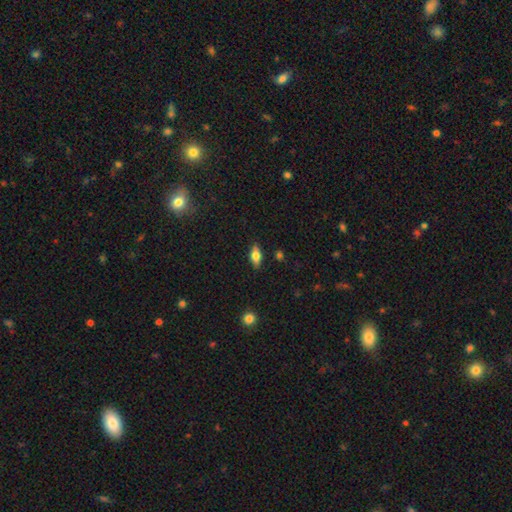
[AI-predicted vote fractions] smooth_or_featured: smooth (p=0.61) [alt: featured or disk p=0.31]
how_rounded: in between (p=0.80) [alt: cigar-shaped p=0.15]
merging: none (p=0.86) [alt: minor disturbance p=0.10]